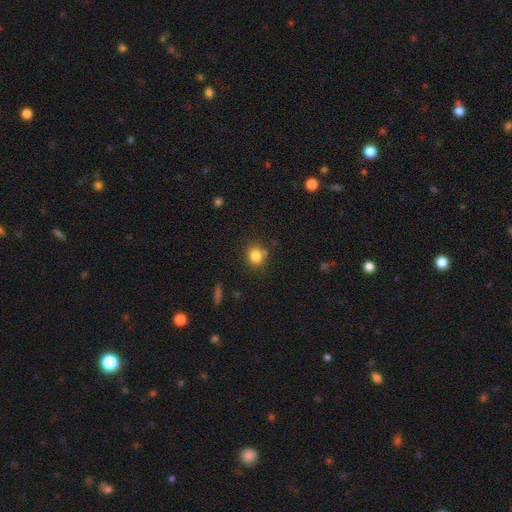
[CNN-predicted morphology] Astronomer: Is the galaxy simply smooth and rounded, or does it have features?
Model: smooth — 83%.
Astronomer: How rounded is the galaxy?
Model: round — 75%.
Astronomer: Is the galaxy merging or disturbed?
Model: none — 76%.